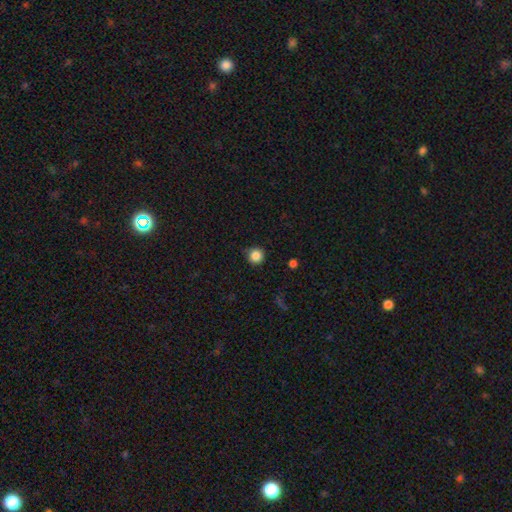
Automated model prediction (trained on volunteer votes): This is clearly a smooth galaxy (85%). How rounded: clearly round (94%). Merging: clearly none (86%).